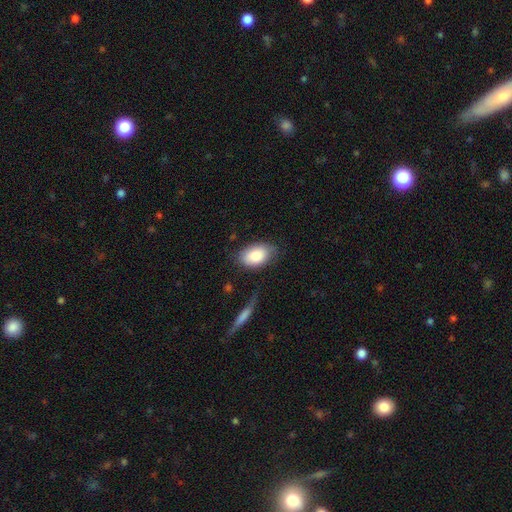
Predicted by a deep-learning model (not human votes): A smooth galaxy with no disk features (85%) that is in between round and cigar-shaped (91%).

Vote fractions:
- Smooth or featured? smooth: 85% / featured or disk: 9% / star or artifact: 6%
- How rounded? in between: 91% / round: 8% / cigar-shaped: 1%
- Merging? none: 73% / minor disturbance: 19% / major disturbance: 5% / merger: 3%